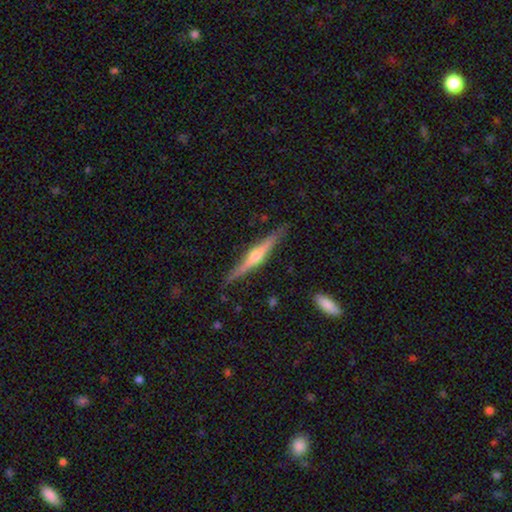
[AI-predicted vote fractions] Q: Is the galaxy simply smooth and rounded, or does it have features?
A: featured or disk — 78%.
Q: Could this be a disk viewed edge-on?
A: yes — 98%.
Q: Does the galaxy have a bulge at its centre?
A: rounded — 91%.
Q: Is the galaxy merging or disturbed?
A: none — 88%.